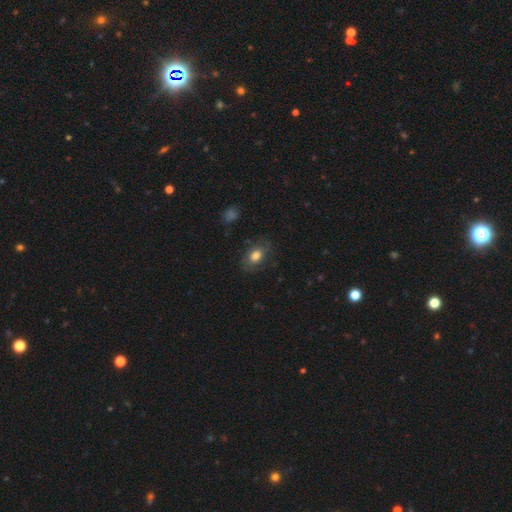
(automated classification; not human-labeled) A smooth galaxy with no disk features (76%) that is in between round and cigar-shaped (84%).

Vote fractions:
- Smooth or featured? smooth: 76% / featured or disk: 16% / star or artifact: 8%
- How rounded? in between: 84% / round: 14% / cigar-shaped: 2%
- Merging? none: 78% / minor disturbance: 16% / major disturbance: 5% / merger: 1%